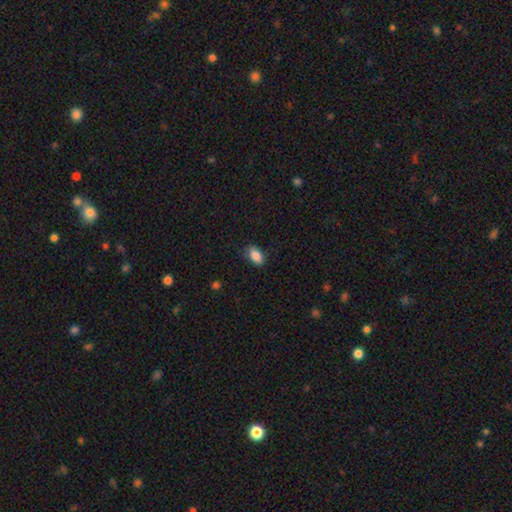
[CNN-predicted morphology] This appears to be a smooth galaxy with no disk features (88%) that is in between round and cigar-shaped (91%). Merging: none (80%).